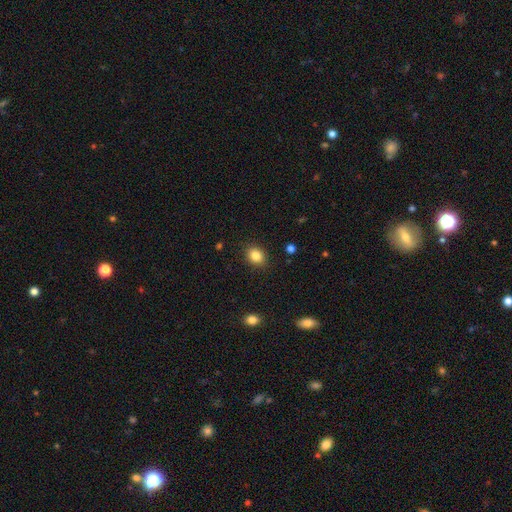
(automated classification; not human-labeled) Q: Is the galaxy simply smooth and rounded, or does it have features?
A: smooth — 85%.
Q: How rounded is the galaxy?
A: round — 50%.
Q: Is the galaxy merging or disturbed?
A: none — 88%.